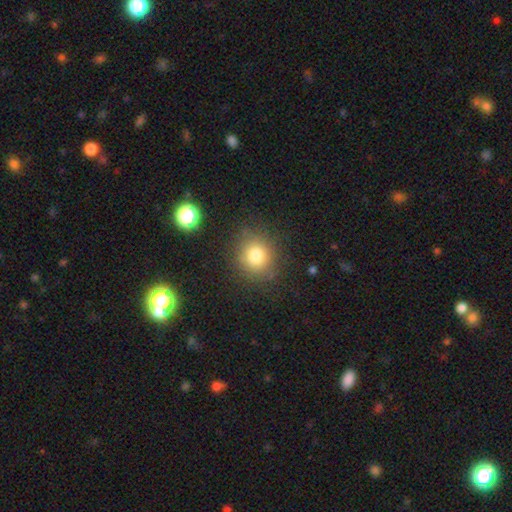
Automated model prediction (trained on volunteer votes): Morphology: type=smooth (79%); roundness=round (84%); merging=none (85%).